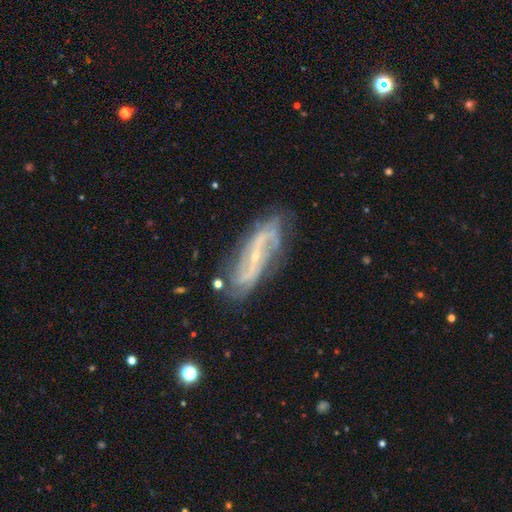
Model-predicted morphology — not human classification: A featured or disk galaxy (85%) with a weak bar (36%), 2 (74%) loose (42%) spiral arms (94%) and a small central bulge (83%). Merging: none (75%).